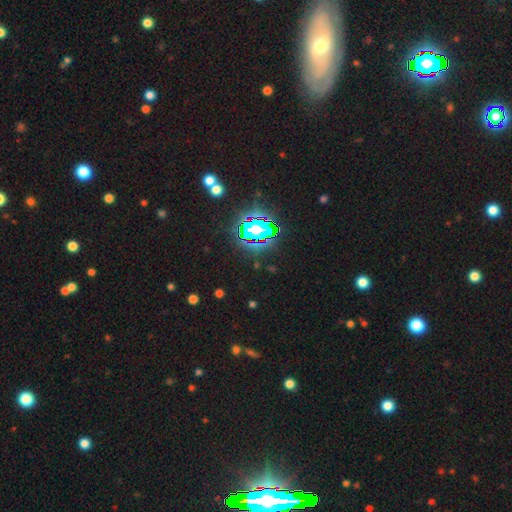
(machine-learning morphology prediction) This appears to be a star or artifact, not a galaxy (82%).